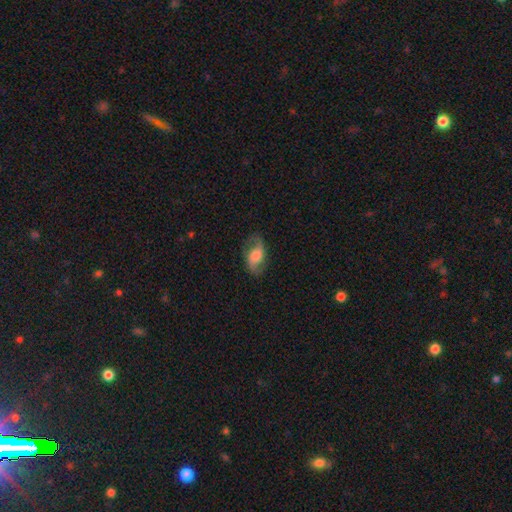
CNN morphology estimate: Smooth or featured? featured or disk (63%)
Edge-on disk? no (94%)
Bar? no (54%)
Spiral arms? yes (87%)
Spiral winding? loose (53%)
Spiral arm count? 2 (89%)
Bulge size? large (38%)
Merging? none (75%)